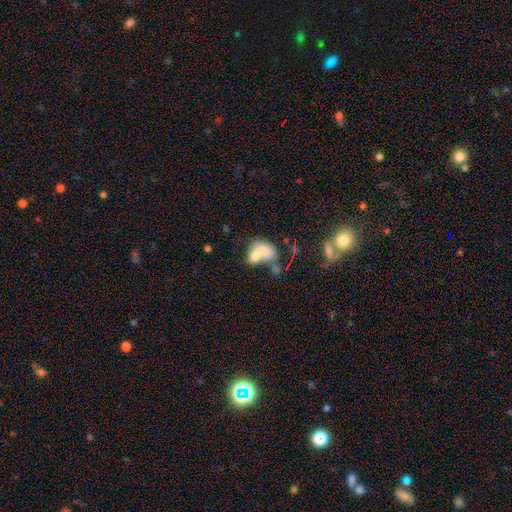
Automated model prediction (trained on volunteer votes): A smooth galaxy with no disk features (68%) that is in between round and cigar-shaped (71%). Merging: merger (65%).